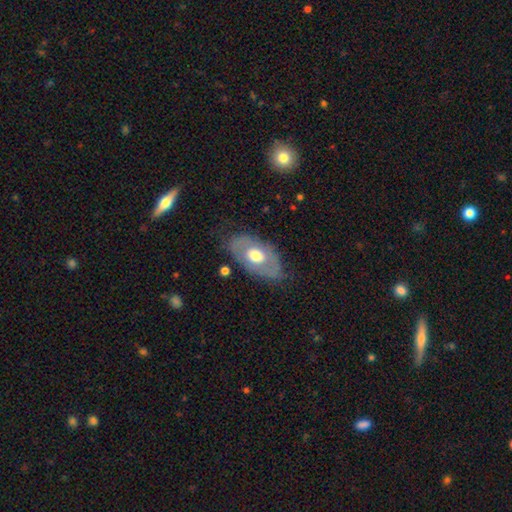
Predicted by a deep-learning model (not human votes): Smooth or featured? featured or disk (49%)
Merging? none (69%)